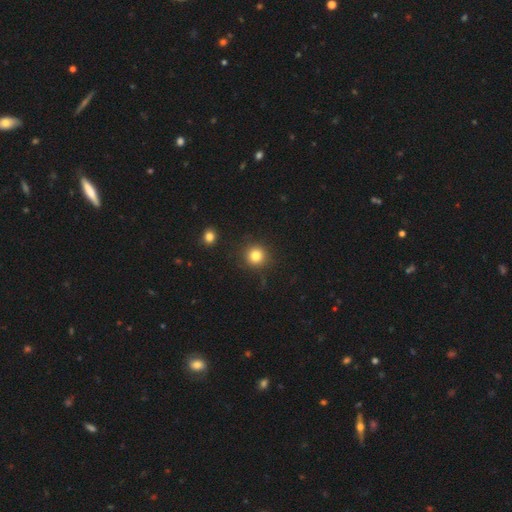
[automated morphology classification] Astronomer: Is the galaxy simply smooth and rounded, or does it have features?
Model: smooth — 81%.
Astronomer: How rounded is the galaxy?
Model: round — 93%.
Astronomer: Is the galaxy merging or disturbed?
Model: none — 88%.